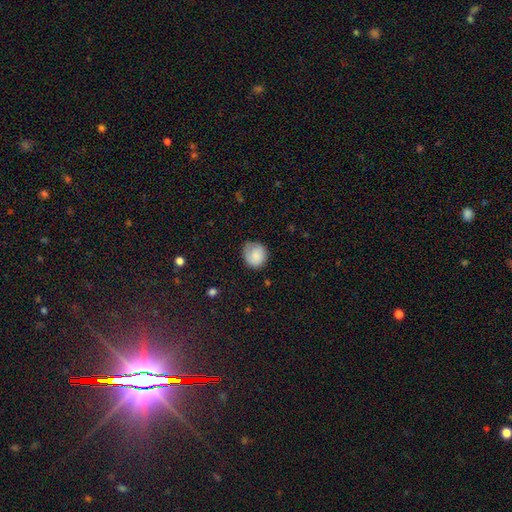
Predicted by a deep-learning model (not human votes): smooth 74%, featured or disk 19%, star or artifact 7%. Down the decision tree: how rounded — round (78%); merging — none (62%).